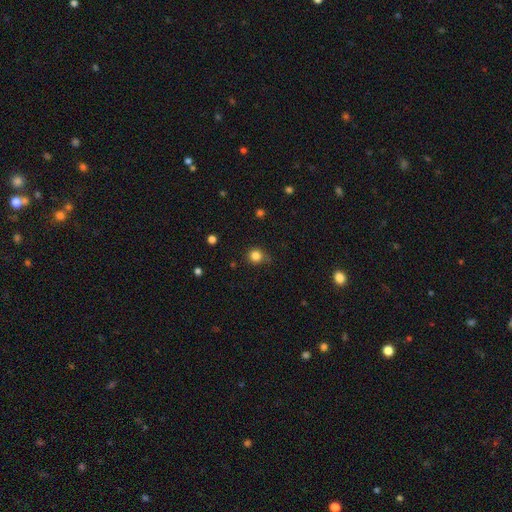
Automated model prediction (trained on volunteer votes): Smooth or featured? smooth (83%)
How rounded? round (90%)
Merging? none (79%)